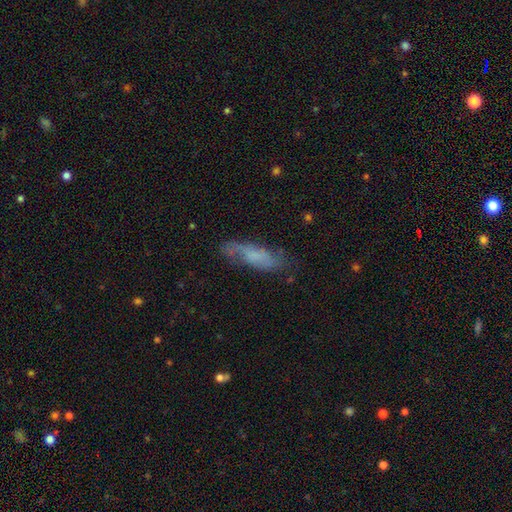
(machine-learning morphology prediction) Smooth or featured? Predicted: smooth (p=0.49). Merging? Predicted: none (p=0.65).